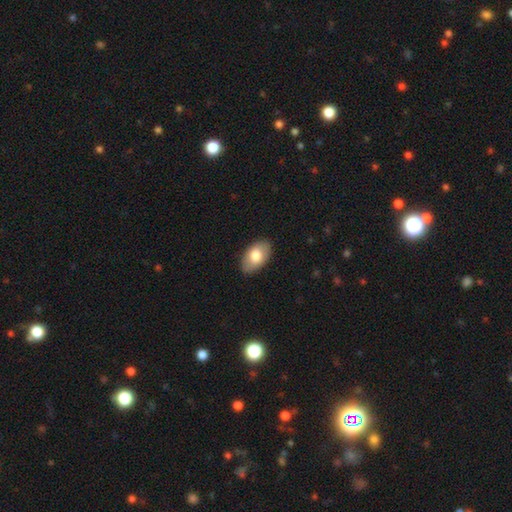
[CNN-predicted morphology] smooth_or_featured: smooth (p=0.77) [alt: featured or disk p=0.17]
how_rounded: in between (p=0.94) [alt: round p=0.05]
merging: none (p=0.86) [alt: minor disturbance p=0.10]